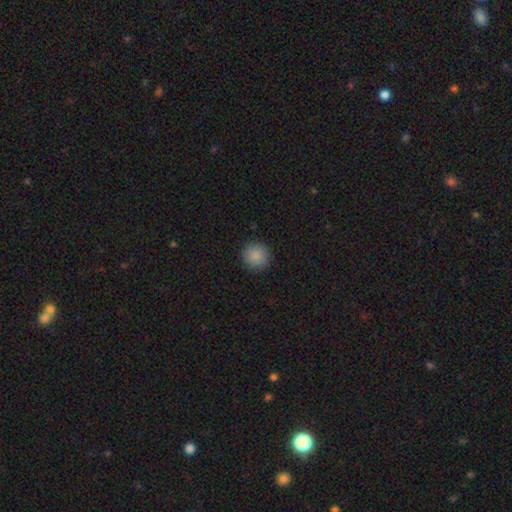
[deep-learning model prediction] Morphology: type=smooth (88%); roundness=round (94%); merging=none (92%).